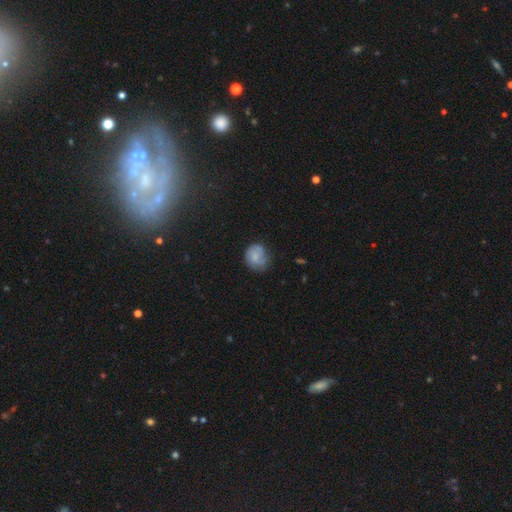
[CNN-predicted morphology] Q: Smooth or featured?
A: smooth (55%); runner-up: featured or disk (37%)
Q: How rounded?
A: round (71%); runner-up: in between (28%)
Q: Merging?
A: none (60%); runner-up: minor disturbance (27%)